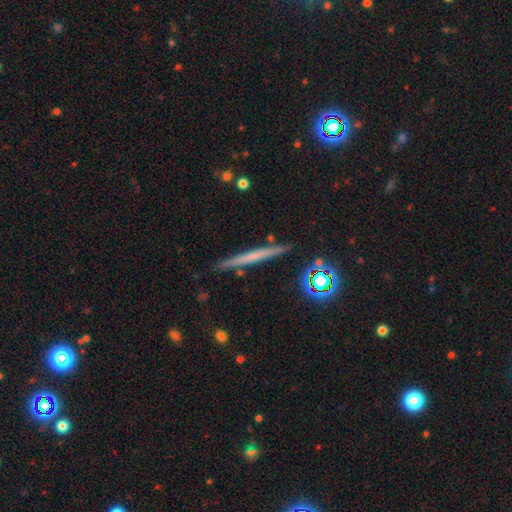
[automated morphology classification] Smooth or featured?
  - smooth: 46% *
  - featured or disk: 45%
  - star or artifact: 9%
Merging?
  - none: 88% *
  - minor disturbance: 8%
  - merger: 2%
  - major disturbance: 2%